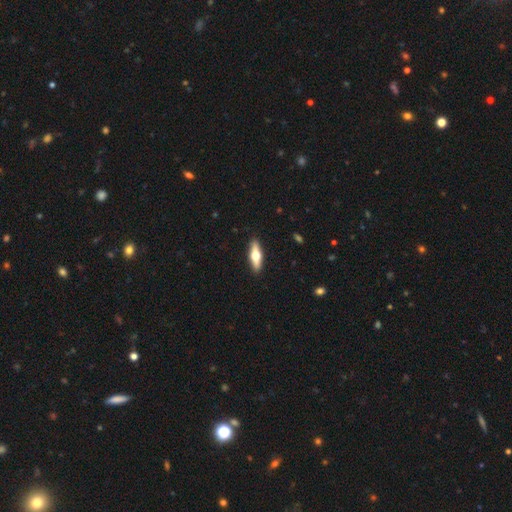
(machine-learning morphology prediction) A featured or disk galaxy (48%).

Vote fractions:
- Smooth or featured? featured or disk: 48% / smooth: 47% / star or artifact: 5%
- Merging? none: 91% / minor disturbance: 7% / major disturbance: 2% / merger: 1%